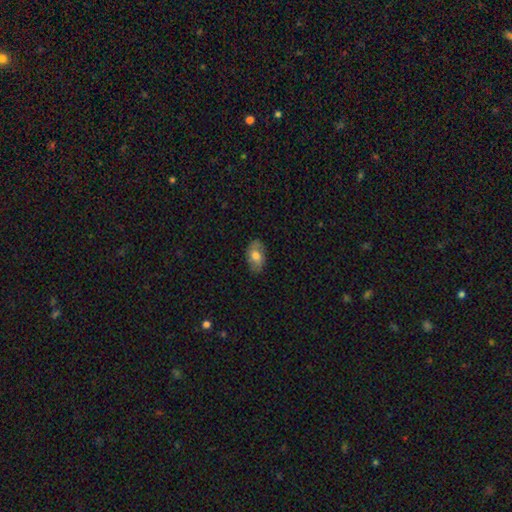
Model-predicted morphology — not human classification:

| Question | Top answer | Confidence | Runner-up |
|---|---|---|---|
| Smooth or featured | smooth | 66% | featured or disk (26%) |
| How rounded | in between | 89% | round (9%) |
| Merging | none | 80% | minor disturbance (16%) |